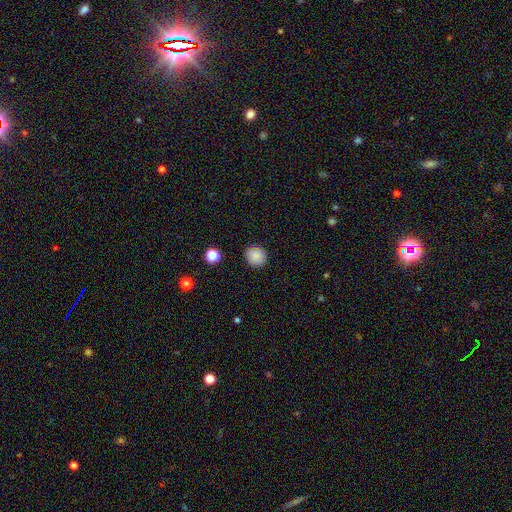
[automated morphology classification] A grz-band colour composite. It shows a smooth galaxy with no disk features (86%) that is round (84%). Merging: none (87%).